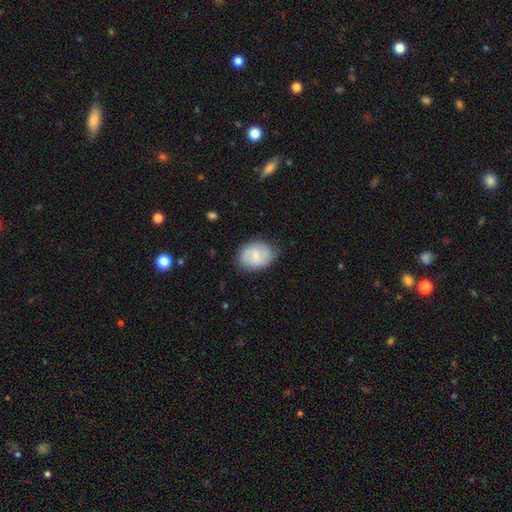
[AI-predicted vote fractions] Smooth or featured? Predicted: smooth (p=0.52). How rounded? Predicted: in between (p=0.62). Merging? Predicted: none (p=0.77).